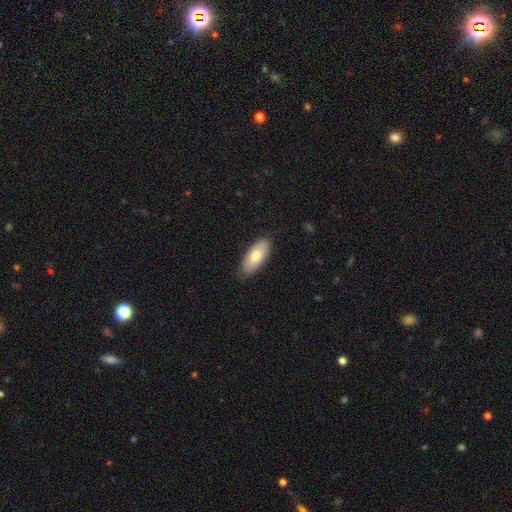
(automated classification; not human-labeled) Smooth or featured: smooth — 76% (featured or disk — 18%)
How rounded: in between — 86% (cigar-shaped — 12%)
Merging: none — 83% (minor disturbance — 14%)